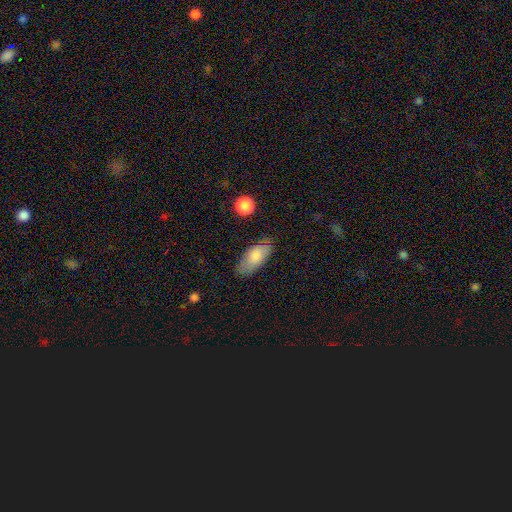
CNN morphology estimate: Overall: smooth (77%). How rounded: in between (86%). Merging: none (74%).